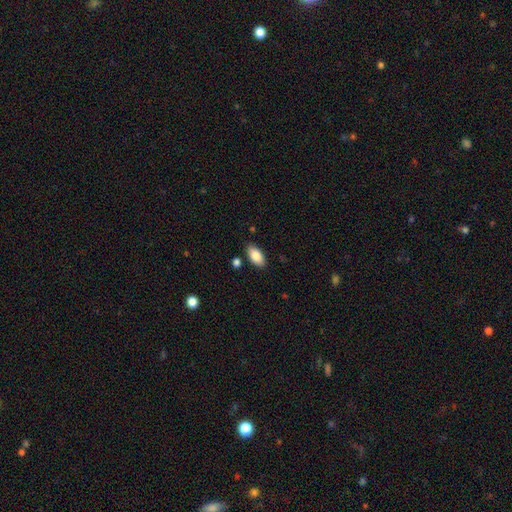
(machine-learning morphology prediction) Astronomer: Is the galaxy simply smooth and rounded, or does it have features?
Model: smooth — 86%.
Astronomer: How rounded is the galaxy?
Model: in between — 93%.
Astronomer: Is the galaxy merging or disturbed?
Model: none — 85%.